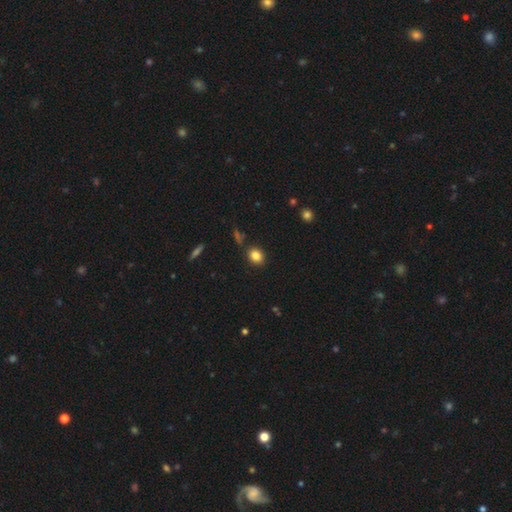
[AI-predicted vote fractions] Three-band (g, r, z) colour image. It shows a smooth galaxy with no disk features (84%) that is round (50%). Merging: none (85%).